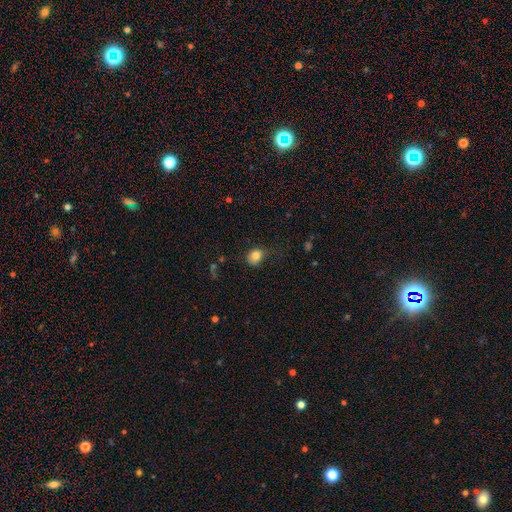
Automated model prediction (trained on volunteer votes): A smooth galaxy with no disk features (81%) that is round (61%).

Vote fractions:
- Smooth or featured? smooth: 81% / star or artifact: 11% / featured or disk: 8%
- How rounded? round: 61% / in between: 38% / cigar-shaped: 1%
- Merging? none: 59% / minor disturbance: 26% / major disturbance: 13% / merger: 2%